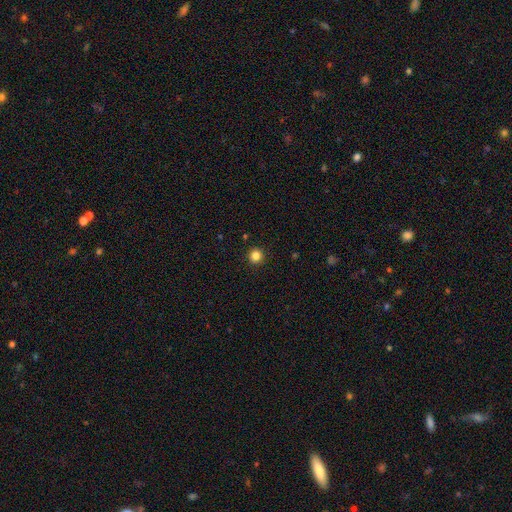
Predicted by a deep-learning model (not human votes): A smooth galaxy with no disk features (84%) that is round (95%). Merging: none (93%).